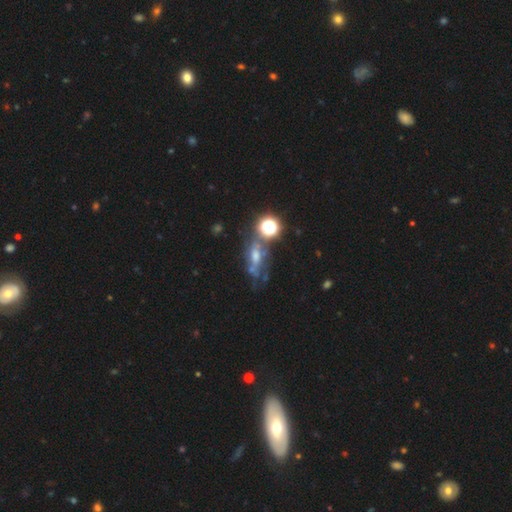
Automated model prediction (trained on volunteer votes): This appears to be a featured or disk galaxy (38%). Merging: none (45%).